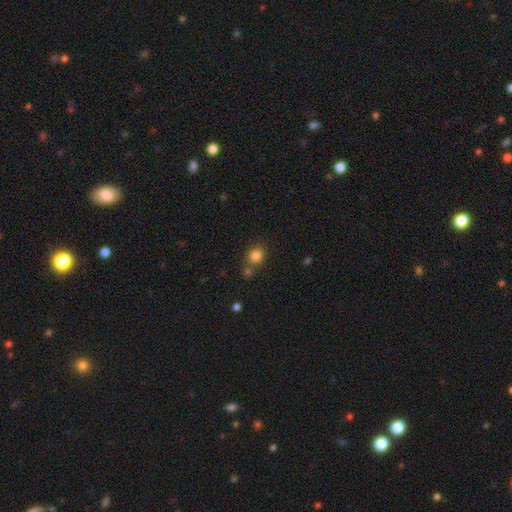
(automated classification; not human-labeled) Smooth or featured? Predicted: smooth (p=0.82). How rounded? Predicted: round (p=0.75). Merging? Predicted: none (p=0.66).